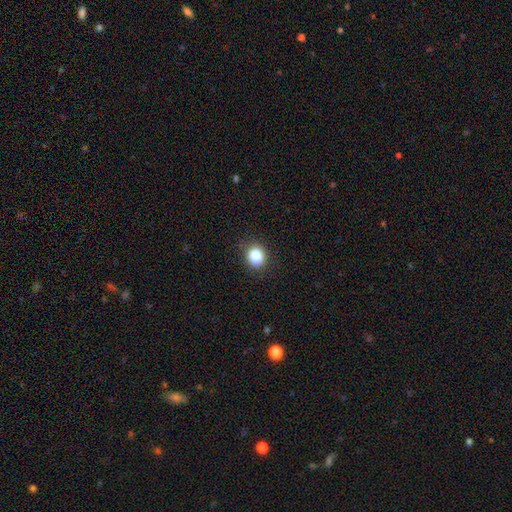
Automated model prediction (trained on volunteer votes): This is clearly a smooth galaxy (87%). How rounded: likely round (74%). Merging: clearly none (88%).